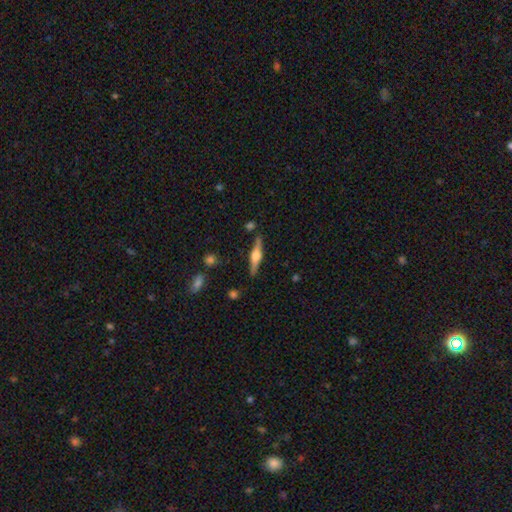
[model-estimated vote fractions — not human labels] Q: Smooth or featured?
A: featured or disk (71%); runner-up: smooth (22%)
Q: Edge-on disk?
A: yes (97%); runner-up: no (3%)
Q: Edge-on bulge?
A: rounded (86%); runner-up: boxy (12%)
Q: Merging?
A: none (87%); runner-up: minor disturbance (9%)